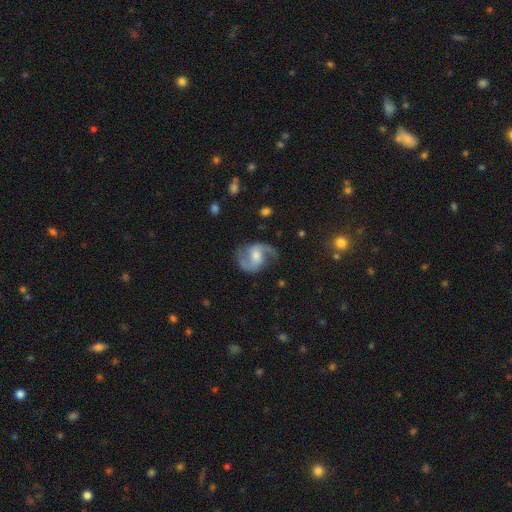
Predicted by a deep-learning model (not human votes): Q: Smooth or featured?
A: featured or disk (85%); runner-up: smooth (9%)
Q: Edge-on disk?
A: no (98%); runner-up: yes (2%)
Q: Bar?
A: weak (45%); runner-up: no (42%)
Q: Spiral arms?
A: yes (96%); runner-up: no (4%)
Q: Spiral winding?
A: medium (48%); runner-up: loose (41%)
Q: Spiral arm count?
A: 2 (91%); runner-up: 1 (4%)
Q: Bulge size?
A: moderate (55%); runner-up: small (33%)
Q: Merging?
A: none (72%); runner-up: minor disturbance (17%)